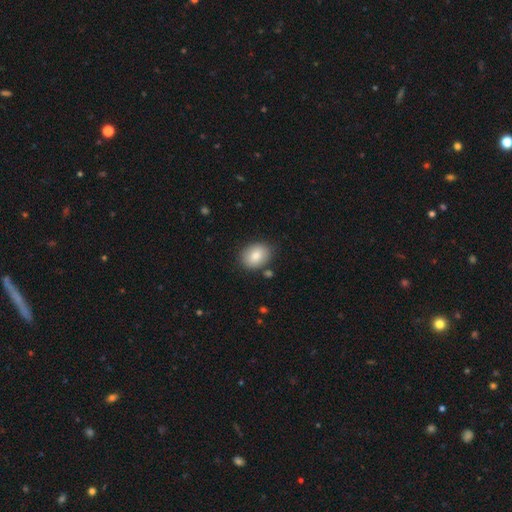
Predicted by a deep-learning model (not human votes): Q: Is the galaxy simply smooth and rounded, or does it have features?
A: smooth — 82%.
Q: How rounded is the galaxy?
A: in between — 60%.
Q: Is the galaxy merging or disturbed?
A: none — 83%.